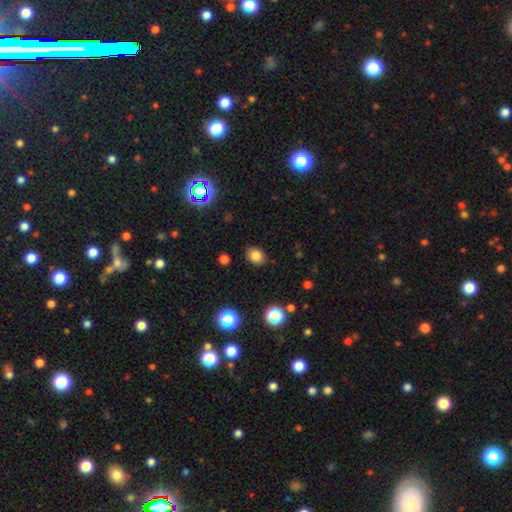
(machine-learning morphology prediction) A smooth galaxy with no disk features (81%) that is round (59%).

Vote fractions:
- Smooth or featured? smooth: 81% / star or artifact: 13% / featured or disk: 6%
- How rounded? round: 59% / in between: 40% / cigar-shaped: 1%
- Merging? none: 86% / minor disturbance: 10% / major disturbance: 3% / merger: 2%